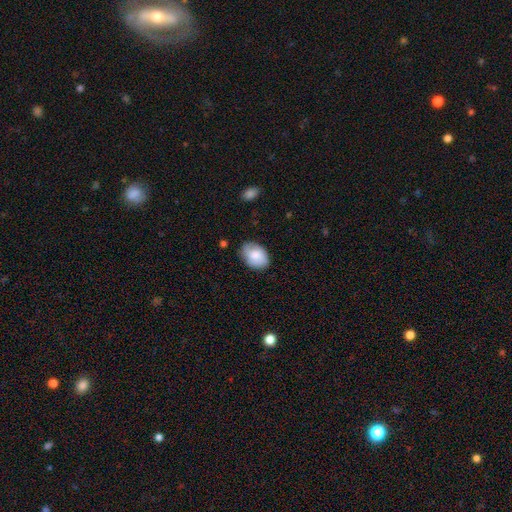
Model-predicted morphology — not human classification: Q: Smooth or featured?
A: smooth (79%); runner-up: featured or disk (14%)
Q: How rounded?
A: in between (82%); runner-up: round (17%)
Q: Merging?
A: none (77%); runner-up: minor disturbance (18%)